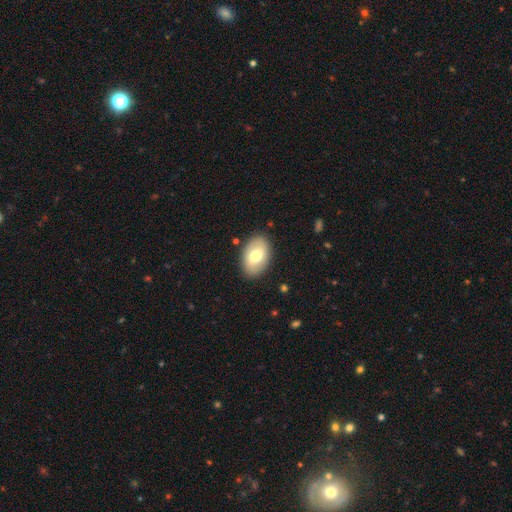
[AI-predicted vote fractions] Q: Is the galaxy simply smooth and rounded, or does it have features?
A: smooth — 67%.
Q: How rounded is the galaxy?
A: in between — 88%.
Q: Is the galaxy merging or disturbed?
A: none — 86%.